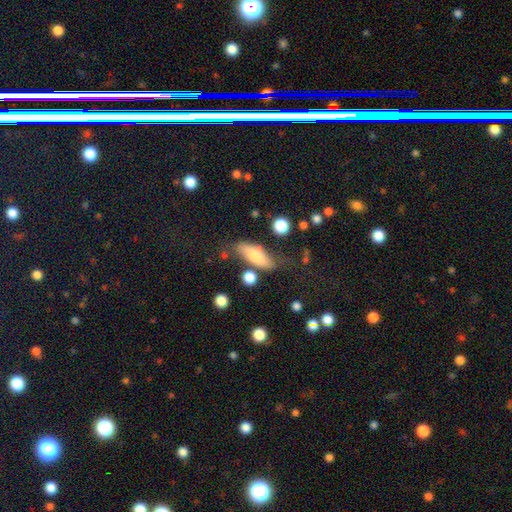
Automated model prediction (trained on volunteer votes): Smooth or featured: smooth — 69% (featured or disk — 23%)
How rounded: in between — 69% (cigar-shaped — 27%)
Merging: none — 60% (minor disturbance — 22%)